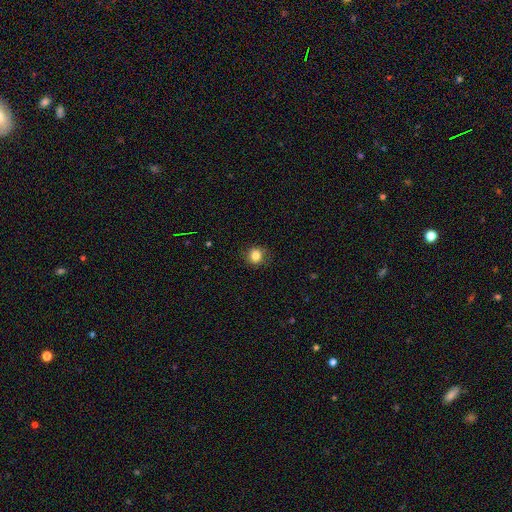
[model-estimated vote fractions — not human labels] smooth-or-featured: smooth: 83% | star or artifact: 11% | featured or disk: 6%
  how-rounded: round: 84% | in between: 15% | cigar-shaped: 1%
  merging: none: 83% | minor disturbance: 13% | major disturbance: 4% | merger: 1%